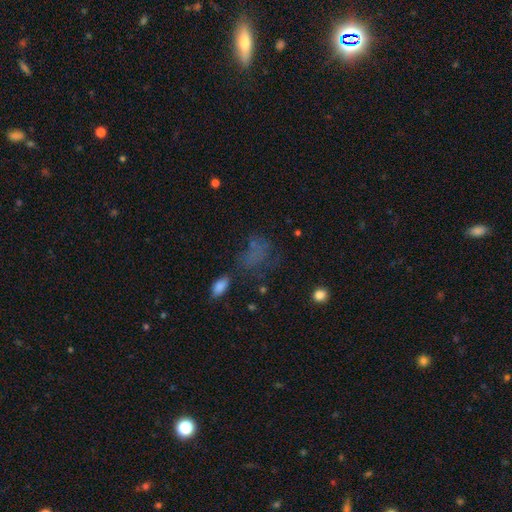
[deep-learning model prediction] Smooth or featured?
  - smooth: 51% *
  - star or artifact: 28%
  - featured or disk: 21%
How rounded?
  - in between: 72% *
  - round: 22%
  - cigar-shaped: 6%
Merging?
  - none: 40% *
  - major disturbance: 31%
  - minor disturbance: 21%
  - merger: 9%